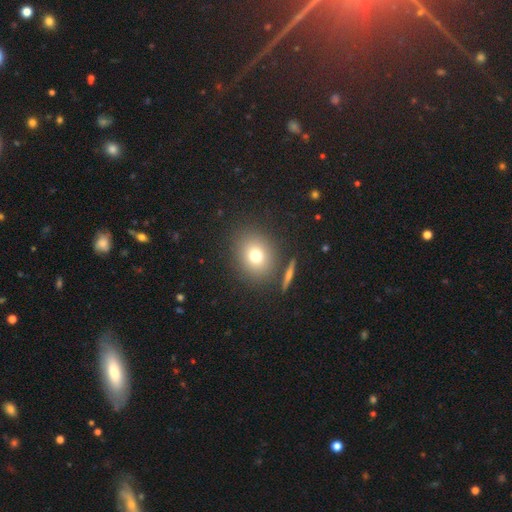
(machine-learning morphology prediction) This is likely a smooth galaxy (74%). How rounded: likely round (66%). Merging: clearly none (83%).